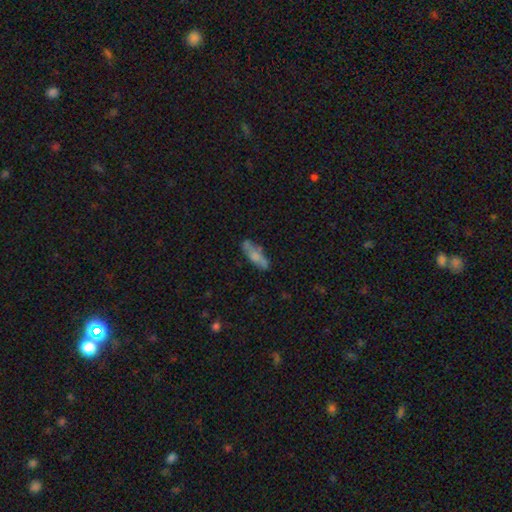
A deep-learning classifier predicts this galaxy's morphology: This is likely a smooth galaxy (62%). How rounded: possibly cigar-shaped (54%). Merging: likely none (67%).